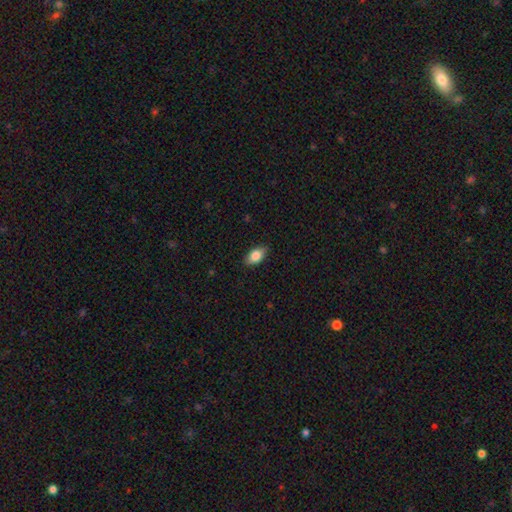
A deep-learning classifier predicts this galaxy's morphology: This is clearly a smooth galaxy (83%). How rounded: clearly in between (90%). Merging: clearly none (85%).